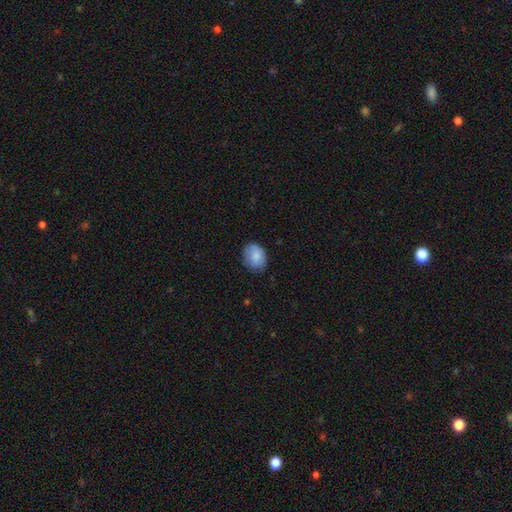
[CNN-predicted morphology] This appears to be a smooth galaxy with no disk features (84%) that is in between round and cigar-shaped (66%). Merging: none (75%).